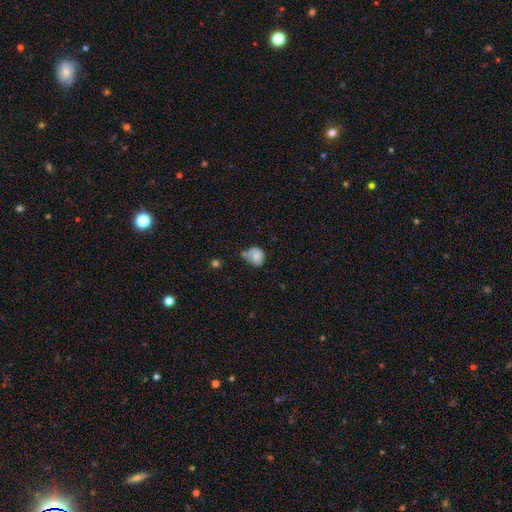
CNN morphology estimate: Smooth or featured: smooth — 71% (featured or disk — 21%)
How rounded: round — 64% (in between — 35%)
Merging: none — 43% (minor disturbance — 36%)